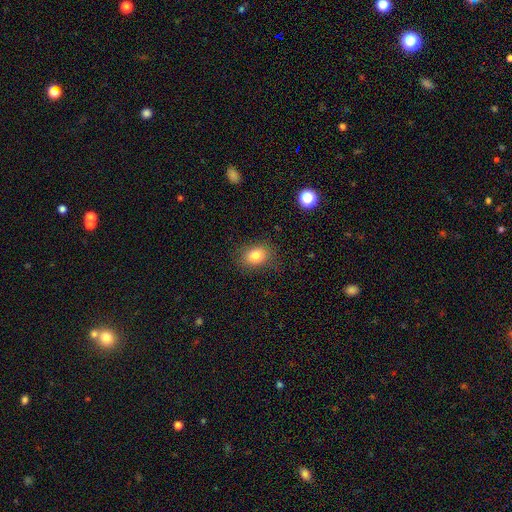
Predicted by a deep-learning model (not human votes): Smooth or featured? smooth (82%)
How rounded? in between (63%)
Merging? none (84%)